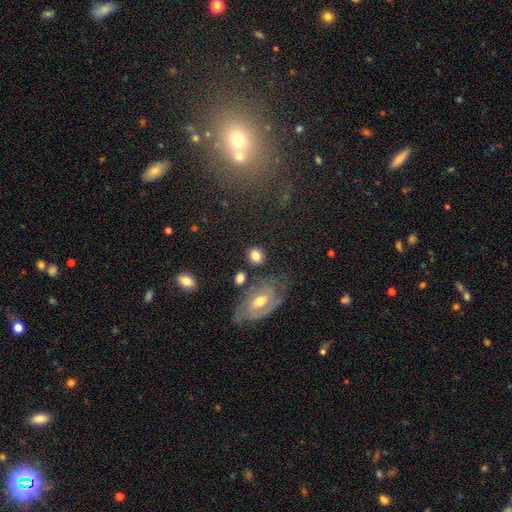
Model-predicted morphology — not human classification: This is clearly a smooth galaxy (81%). How rounded: possibly round (58%). Merging: likely none (74%).